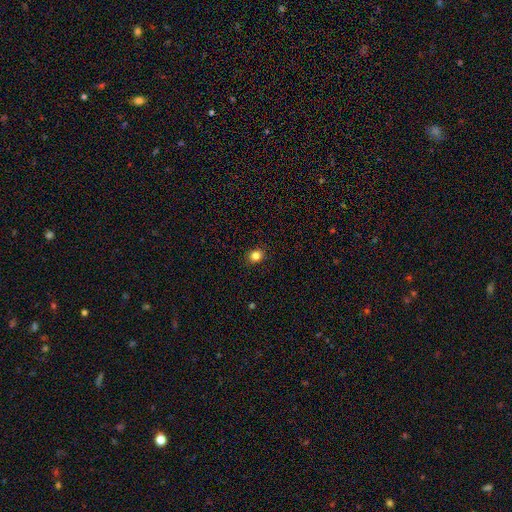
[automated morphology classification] A smooth galaxy with no disk features (83%) that is round (72%).

Vote fractions:
- Smooth or featured? smooth: 83% / star or artifact: 12% / featured or disk: 5%
- How rounded? round: 72% / in between: 27% / cigar-shaped: 1%
- Merging? none: 91% / minor disturbance: 6% / major disturbance: 2% / merger: 1%